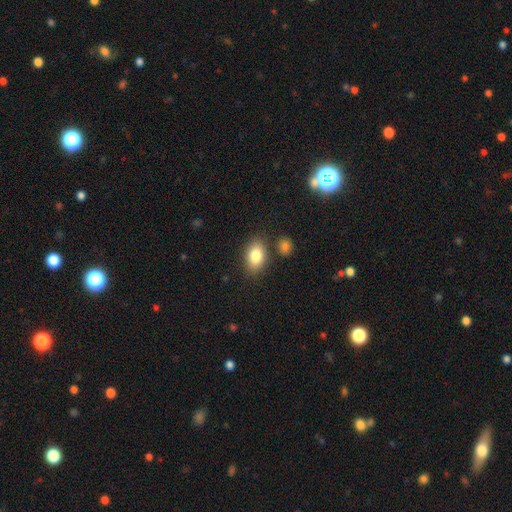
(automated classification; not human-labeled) smooth 83%, featured or disk 10%, star or artifact 8%. Down the decision tree: how rounded — in between (86%); merging — none (78%).